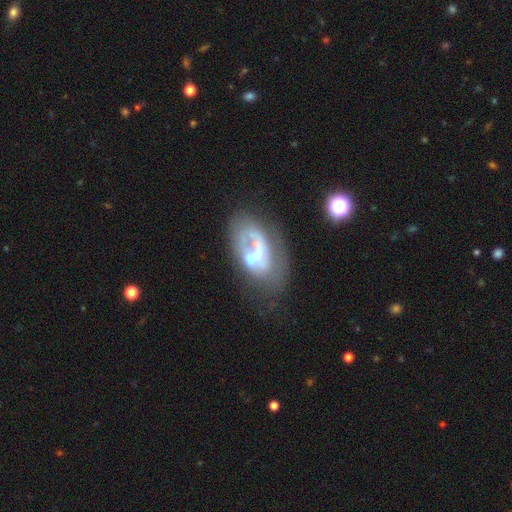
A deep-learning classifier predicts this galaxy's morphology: featured or disk 64%, smooth 27%, star or artifact 10%. Down the decision tree: edge-on disk — no (96%); bar — no (71%); spiral arms — no (68%); bulge size — none (40%); merging — none (36%).